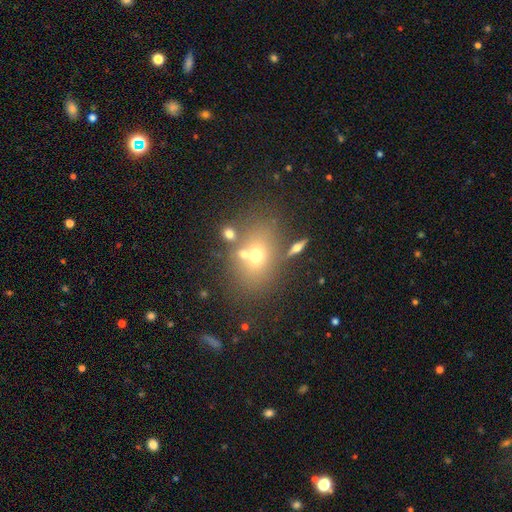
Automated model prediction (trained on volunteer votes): Smooth or featured? Predicted: smooth (p=0.59). How rounded? Predicted: in between (p=0.59). Merging? Predicted: none (p=0.59).